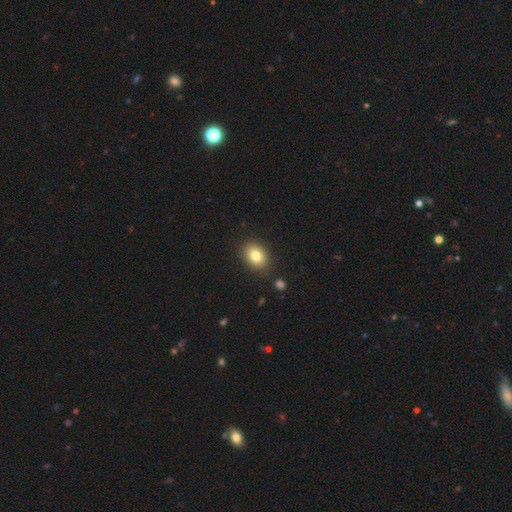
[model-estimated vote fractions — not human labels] The model was most divided on "how rounded": in between: 65%, round: 34%, cigar-shaped: 1%. More confident: merging — none (86%); smooth or featured — smooth (81%).